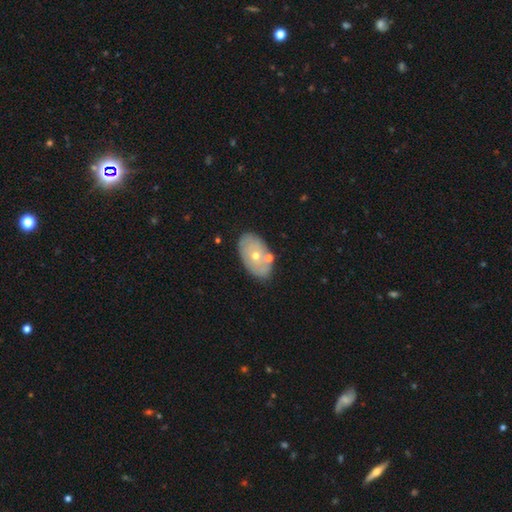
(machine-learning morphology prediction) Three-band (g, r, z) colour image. It shows a smooth galaxy with no disk features (50%) that is in between round and cigar-shaped (91%). Merging: none (76%).